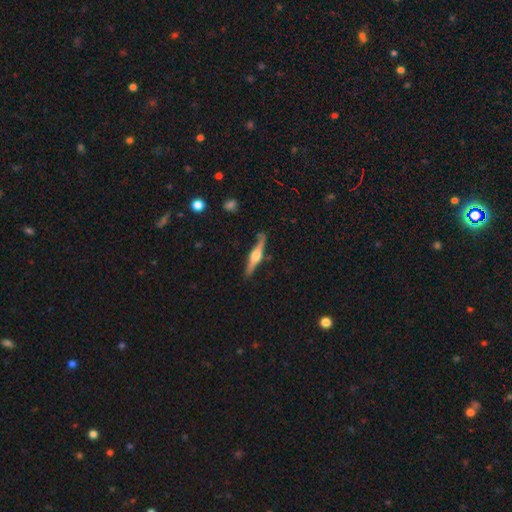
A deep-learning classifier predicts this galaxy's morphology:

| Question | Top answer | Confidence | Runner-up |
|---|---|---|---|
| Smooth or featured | featured or disk | 75% | smooth (20%) |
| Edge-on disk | yes | 97% | no (3%) |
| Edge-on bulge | rounded | 92% | boxy (6%) |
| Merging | none | 85% | minor disturbance (11%) |